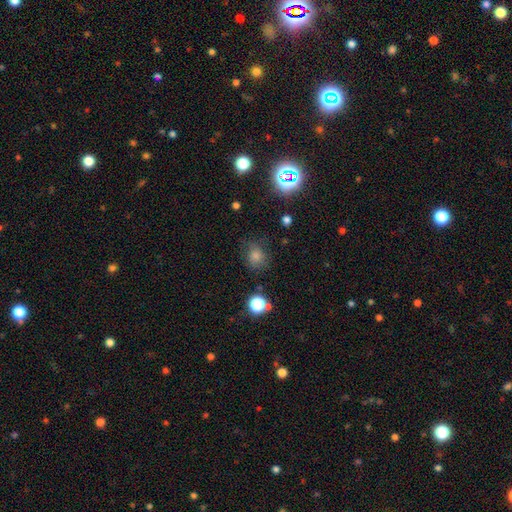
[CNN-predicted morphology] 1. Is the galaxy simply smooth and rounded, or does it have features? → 62% smooth, 28% star or artifact, 10% featured or disk.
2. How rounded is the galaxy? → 77% round, 22% in between, 1% cigar-shaped.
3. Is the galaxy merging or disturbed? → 74% none, 17% minor disturbance, 7% major disturbance, 2% merger.